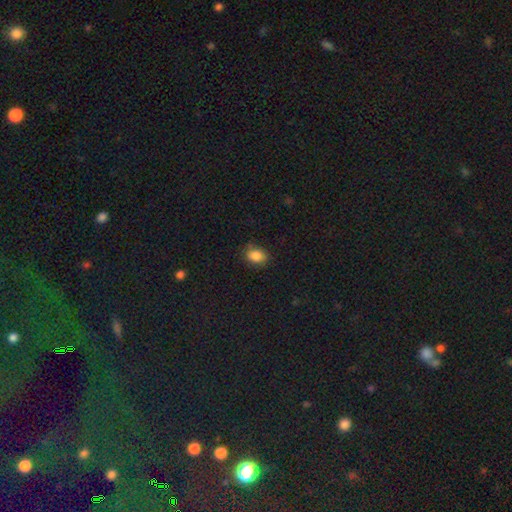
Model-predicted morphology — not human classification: smooth_or_featured: smooth (p=0.85) [alt: star or artifact p=0.09]
how_rounded: in between (p=0.65) [alt: round p=0.34]
merging: none (p=0.78) [alt: minor disturbance p=0.17]